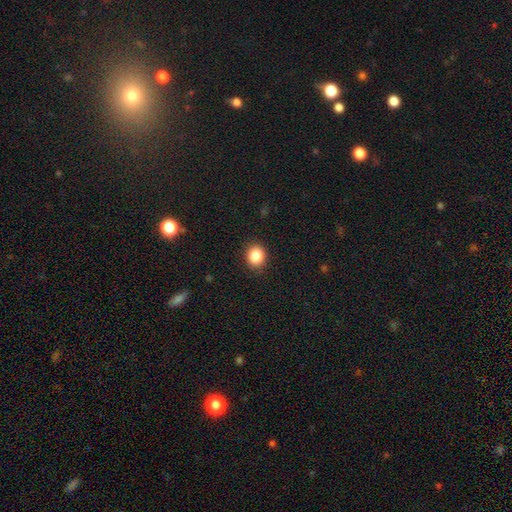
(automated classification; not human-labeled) Smooth or featured?
  - smooth: 86% *
  - star or artifact: 10%
  - featured or disk: 4%
How rounded?
  - round: 75% *
  - in between: 25%
  - cigar-shaped: 1%
Merging?
  - none: 90% *
  - minor disturbance: 7%
  - major disturbance: 2%
  - merger: 1%